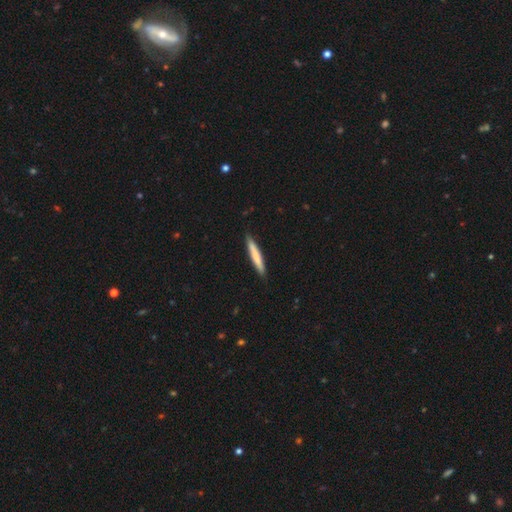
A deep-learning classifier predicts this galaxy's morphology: Smooth or featured? smooth (73%)
How rounded? cigar-shaped (94%)
Merging? none (88%)